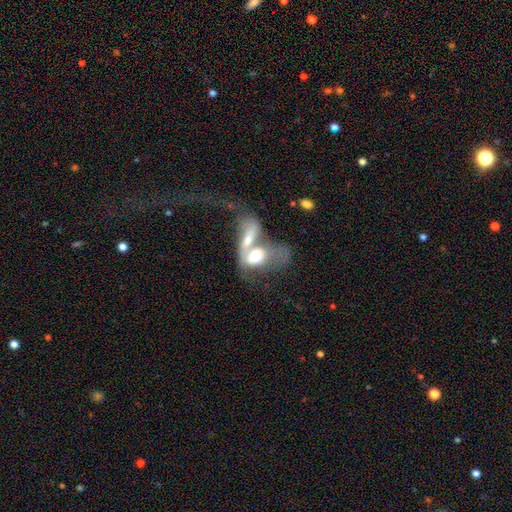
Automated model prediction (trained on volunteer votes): A smooth galaxy with no disk features (50%).

Vote fractions:
- Smooth or featured? smooth: 50% / featured or disk: 43% / star or artifact: 8%
- Merging? merger: 79% / major disturbance: 12% / none: 5% / minor disturbance: 4%